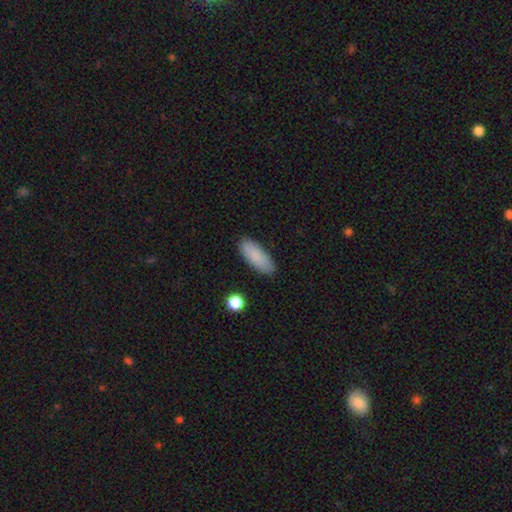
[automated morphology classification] The model was most divided on "how rounded": in between: 72%, cigar-shaped: 26%, round: 2%. More confident: merging — none (88%); smooth or featured — smooth (87%).